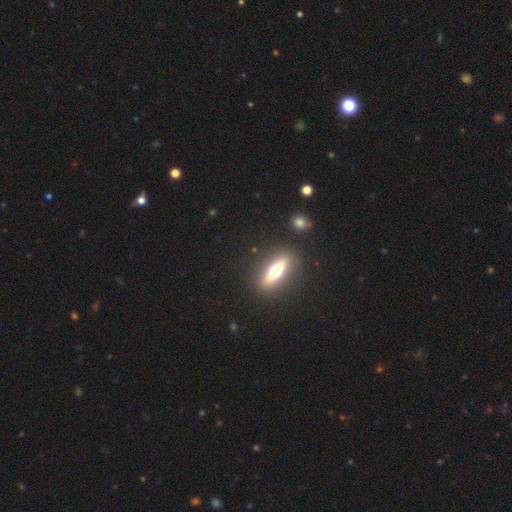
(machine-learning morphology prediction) featured or disk 49%, smooth 39%, star or artifact 12%. Down the decision tree: merging — none (87%).